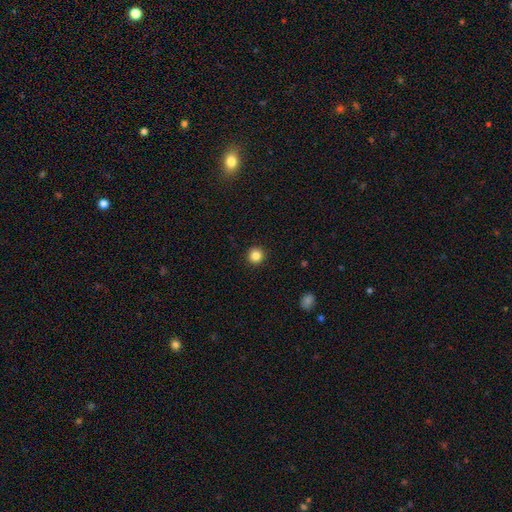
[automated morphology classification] Q: Smooth or featured?
A: smooth (84%); runner-up: star or artifact (11%)
Q: How rounded?
A: round (95%); runner-up: in between (4%)
Q: Merging?
A: none (93%); runner-up: minor disturbance (5%)